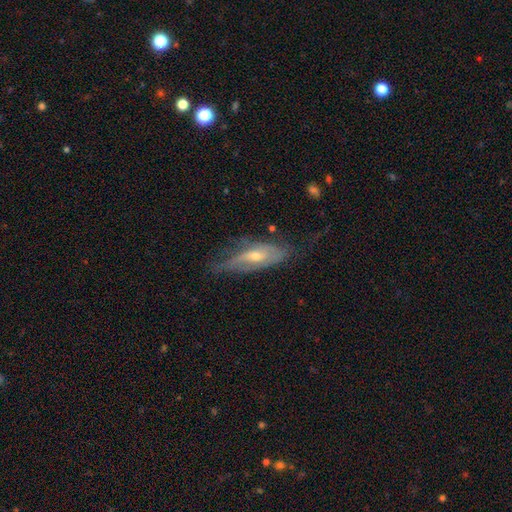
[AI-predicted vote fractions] Smooth or featured?
  - featured or disk: 64% *
  - smooth: 28%
  - star or artifact: 8%
Edge-on disk?
  - no: 69% *
  - yes: 31%
Merging?
  - none: 51% *
  - minor disturbance: 31%
  - major disturbance: 16%
  - merger: 2%